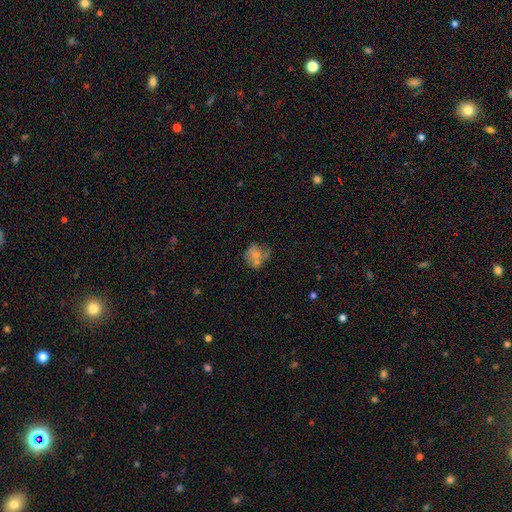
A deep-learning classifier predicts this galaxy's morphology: smooth 50%, featured or disk 40%, star or artifact 11%. Down the decision tree: merging — none (34%).